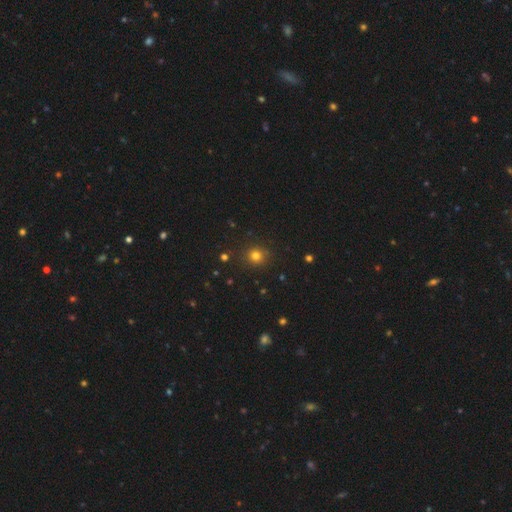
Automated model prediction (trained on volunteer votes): Overall: smooth (77%). How rounded: round (90%). Merging: none (89%).